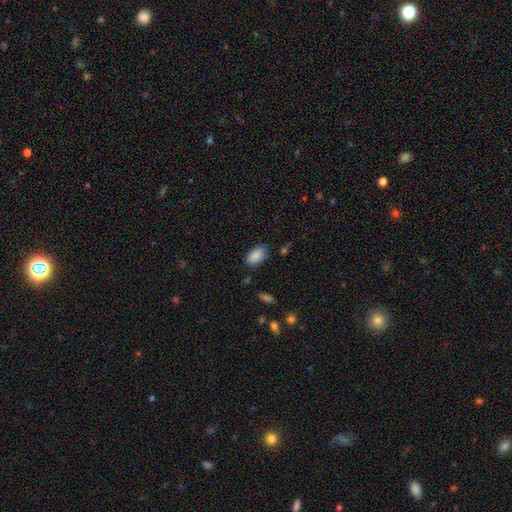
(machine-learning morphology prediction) The model was most divided on "merging": none: 81%, minor disturbance: 14%, major disturbance: 3%, merger: 2%. More confident: how rounded — in between (94%); smooth or featured — smooth (89%).